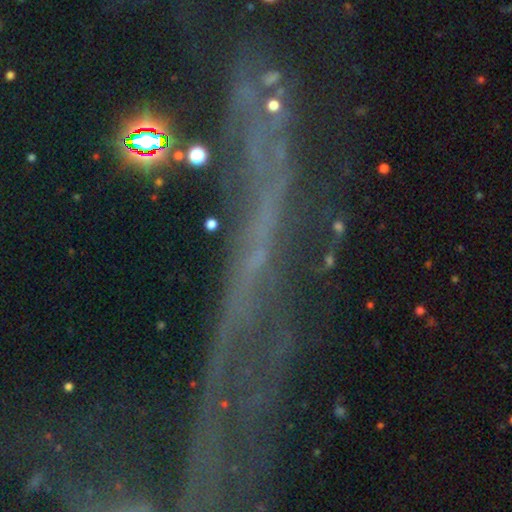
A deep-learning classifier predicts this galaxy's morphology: Smooth or featured?
  - star or artifact: 51% *
  - featured or disk: 36%
  - smooth: 13%